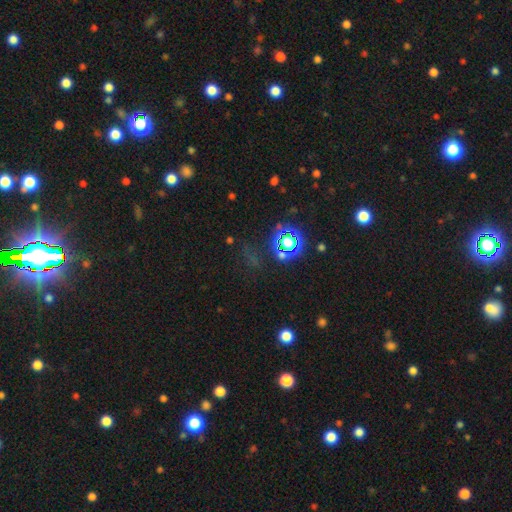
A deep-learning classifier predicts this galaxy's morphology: Smooth or featured?
  - star or artifact: 75% *
  - smooth: 17%
  - featured or disk: 8%